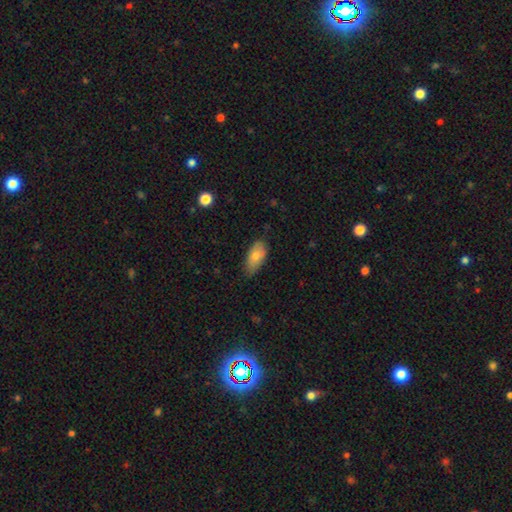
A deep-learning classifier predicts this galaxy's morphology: A smooth galaxy with no disk features (77%) that is in between round and cigar-shaped (89%). Merging: none (70%).